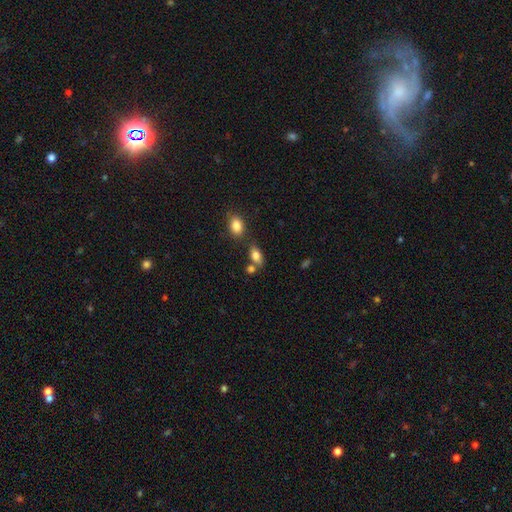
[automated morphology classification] This appears to be a smooth galaxy with no disk features (81%) that is in between round and cigar-shaped (85%). Merging: none (57%).